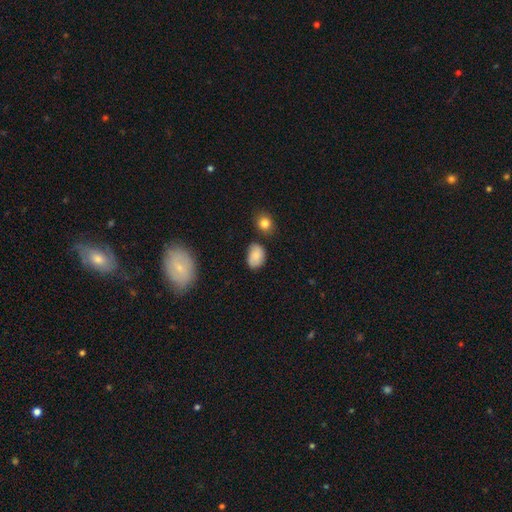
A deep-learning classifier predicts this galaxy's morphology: Smooth or featured? smooth (83%)
How rounded? in between (81%)
Merging? none (67%)